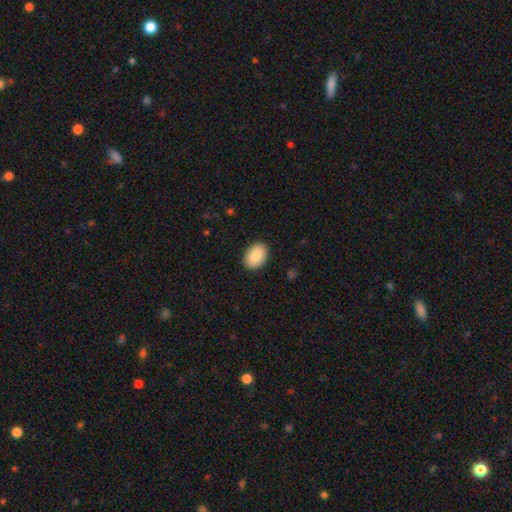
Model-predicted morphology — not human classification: A smooth galaxy with no disk features (87%) that is in between round and cigar-shaped (85%).

Vote fractions:
- Smooth or featured? smooth: 87% / star or artifact: 6% / featured or disk: 6%
- How rounded? in between: 85% / round: 14% / cigar-shaped: 1%
- Merging? none: 90% / minor disturbance: 8% / major disturbance: 2% / merger: 1%